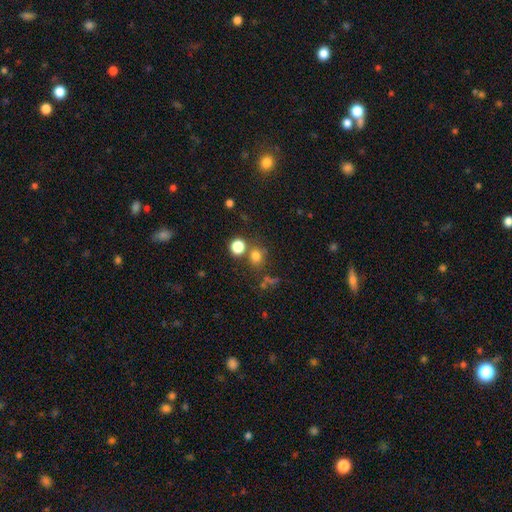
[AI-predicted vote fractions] Smooth or featured? Predicted: smooth (p=0.74). How rounded? Predicted: round (p=0.80). Merging? Predicted: none (p=0.68).